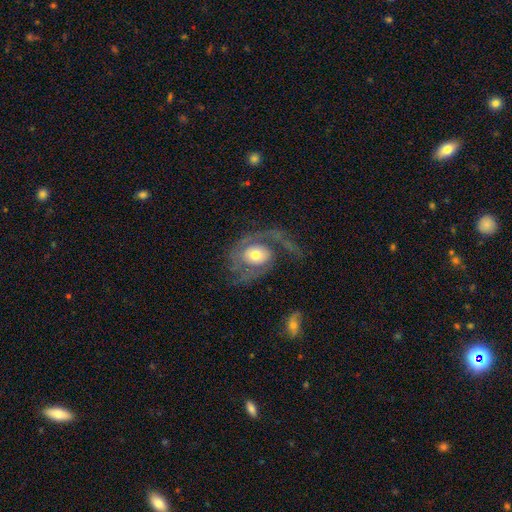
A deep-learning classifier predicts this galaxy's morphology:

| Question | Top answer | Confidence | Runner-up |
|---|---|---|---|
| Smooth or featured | featured or disk | 82% | smooth (13%) |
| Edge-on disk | no | 97% | yes (3%) |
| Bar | no | 69% | weak (25%) |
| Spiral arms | yes | 90% | no (10%) |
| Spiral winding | medium | 42% | tight (31%) |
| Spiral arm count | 2 | 45% | 1 (33%) |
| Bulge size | moderate | 65% | small (19%) |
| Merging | none | 45% | major disturbance (35%) |